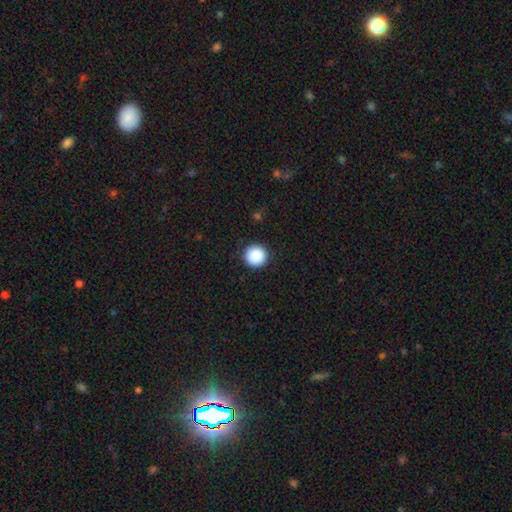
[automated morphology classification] Overall: smooth (89%). How rounded: round (96%). Merging: none (92%).